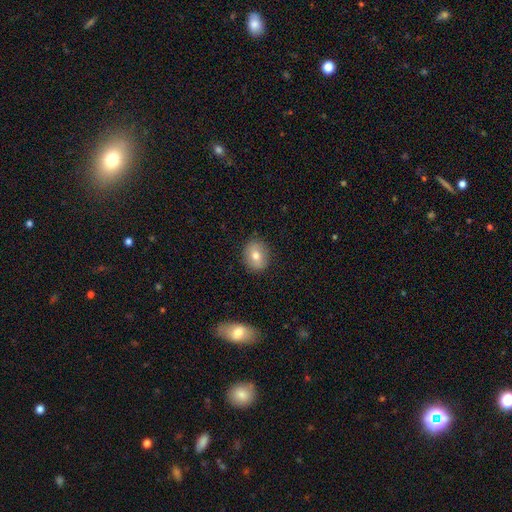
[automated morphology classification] This appears to be a smooth galaxy with no disk features (71%) that is round (60%). Merging: none (87%).